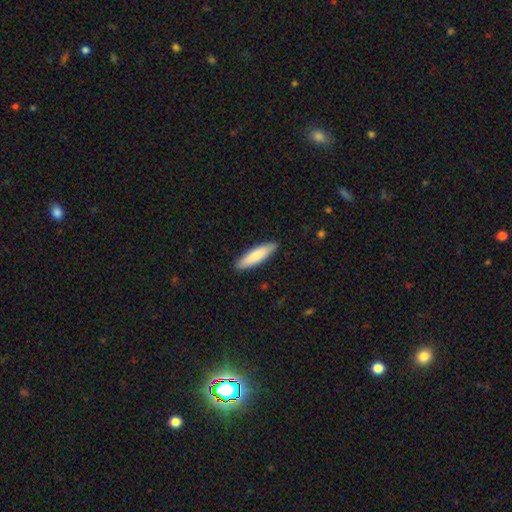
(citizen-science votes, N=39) This is clearly a smooth galaxy (90%). How rounded: likely cigar-shaped (71%). Merging: clearly none (87%).